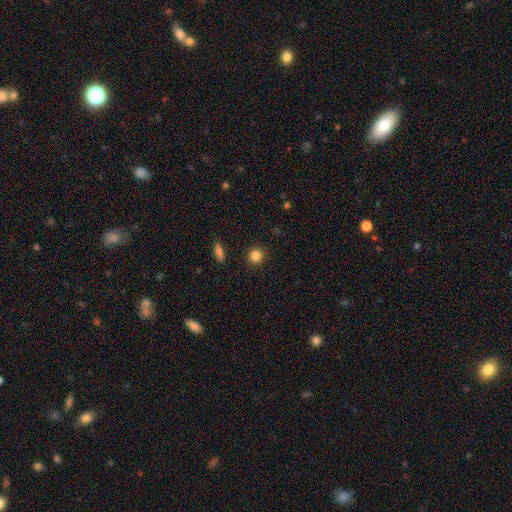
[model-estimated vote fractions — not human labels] smooth_or_featured: smooth (p=0.85) [alt: star or artifact p=0.11]
how_rounded: round (p=0.90) [alt: in between p=0.08]
merging: none (p=0.91) [alt: minor disturbance p=0.06]